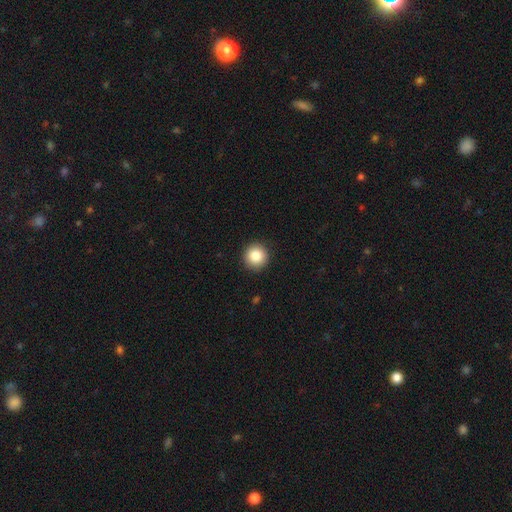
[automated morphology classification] The model was most divided on "smooth or featured": smooth: 86%, star or artifact: 9%, featured or disk: 5%. More confident: how rounded — round (95%); merging — none (92%).